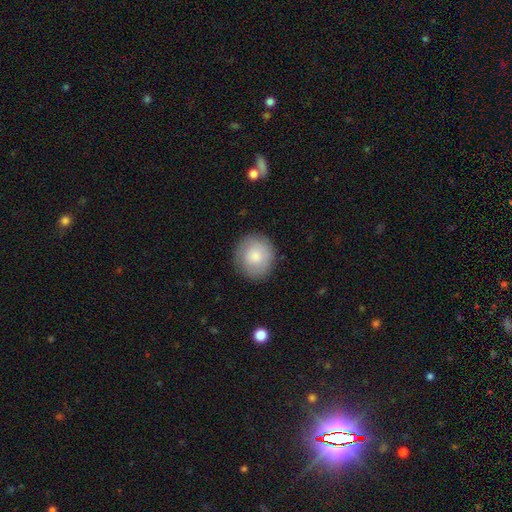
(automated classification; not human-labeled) This is likely a smooth galaxy (76%). How rounded: clearly round (84%). Merging: clearly none (84%).